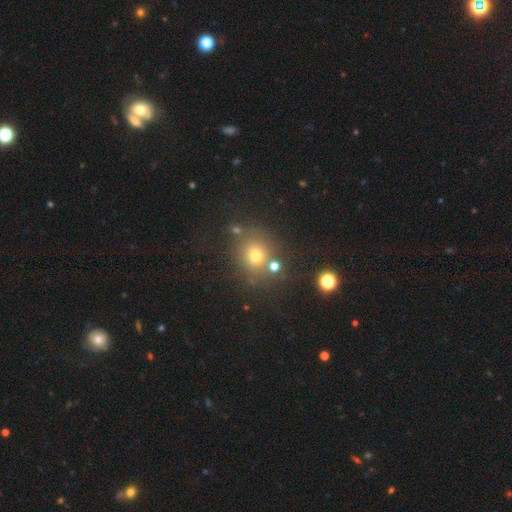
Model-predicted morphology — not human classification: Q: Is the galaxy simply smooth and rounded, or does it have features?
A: smooth — 69%.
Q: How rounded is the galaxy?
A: round — 82%.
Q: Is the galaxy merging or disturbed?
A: none — 74%.